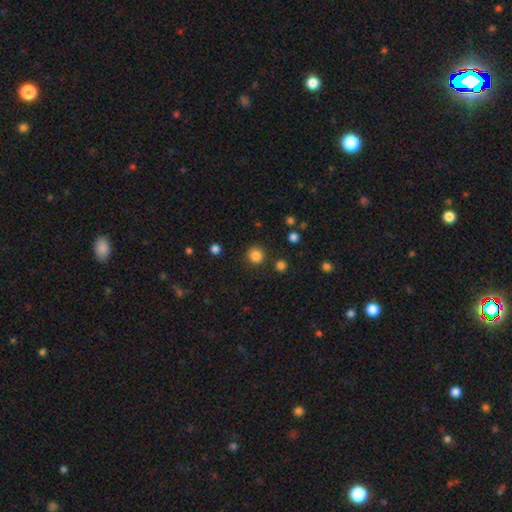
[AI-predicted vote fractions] smooth-or-featured: smooth: 85% | star or artifact: 12% | featured or disk: 3%
  how-rounded: round: 93% | in between: 6% | cigar-shaped: 1%
  merging: none: 87% | minor disturbance: 7% | merger: 3% | major disturbance: 3%